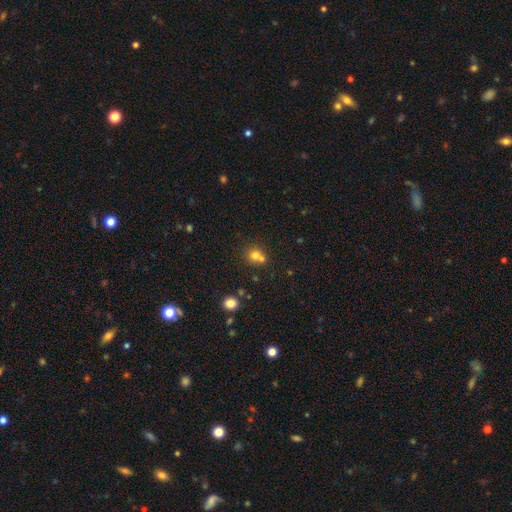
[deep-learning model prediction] Smooth or featured? Predicted: smooth (p=0.74). How rounded? Predicted: round (p=0.82). Merging? Predicted: none (p=0.46).